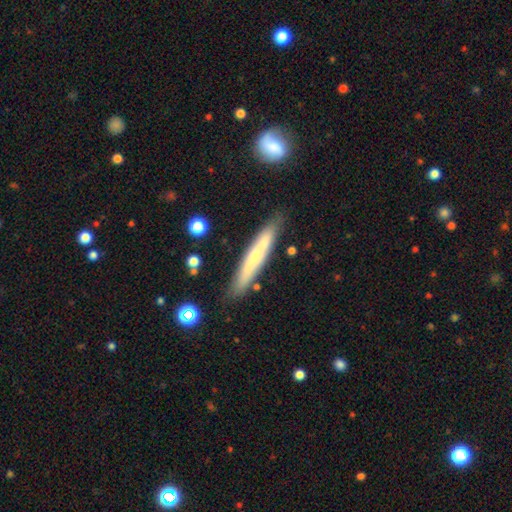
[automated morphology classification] This is possibly a smooth galaxy (49%). Merging: clearly none (83%).